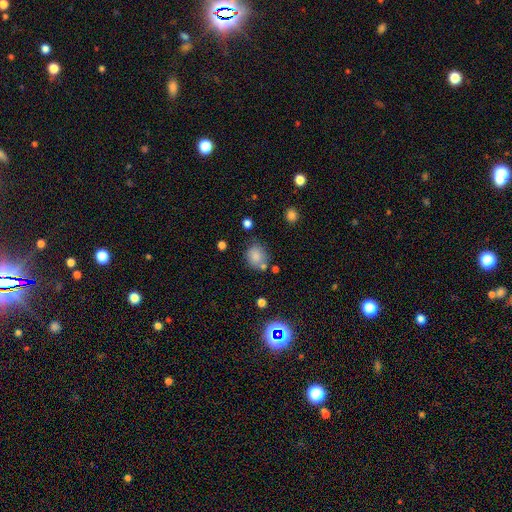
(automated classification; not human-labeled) This is clearly a smooth galaxy (80%). How rounded: likely round (68%). Merging: likely none (66%).